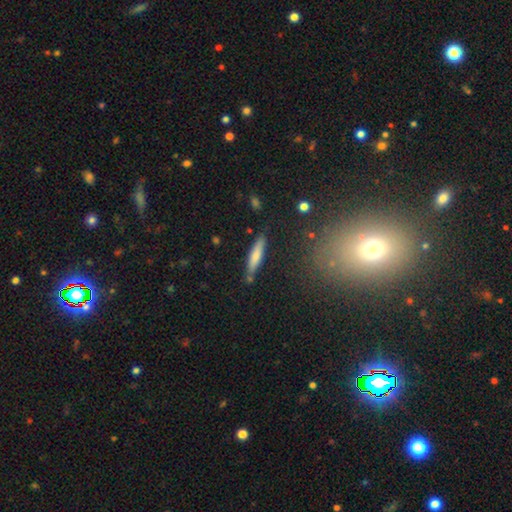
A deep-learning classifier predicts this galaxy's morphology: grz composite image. It shows a smooth galaxy with no disk features (71%) that is cigar-shaped (82%). Merging: none (78%).